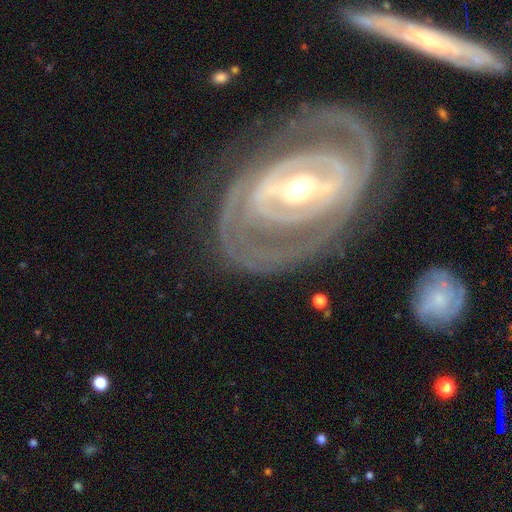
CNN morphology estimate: This appears to be a featured or disk galaxy (88%) with a strong bar (55%), 2 (46%) tight (66%) spiral arms (88%) and a moderate central bulge (57%). Merging: none (68%).